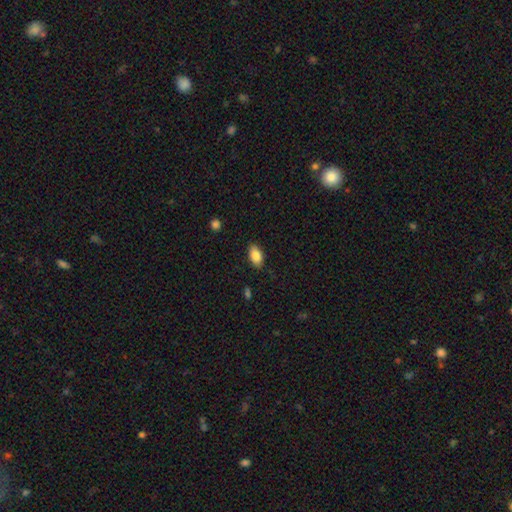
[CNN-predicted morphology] A smooth galaxy with no disk features (86%) that is in between round and cigar-shaped (92%).

Vote fractions:
- Smooth or featured? smooth: 86% / star or artifact: 7% / featured or disk: 7%
- How rounded? in between: 92% / round: 4% / cigar-shaped: 3%
- Merging? none: 85% / minor disturbance: 11% / major disturbance: 3% / merger: 1%